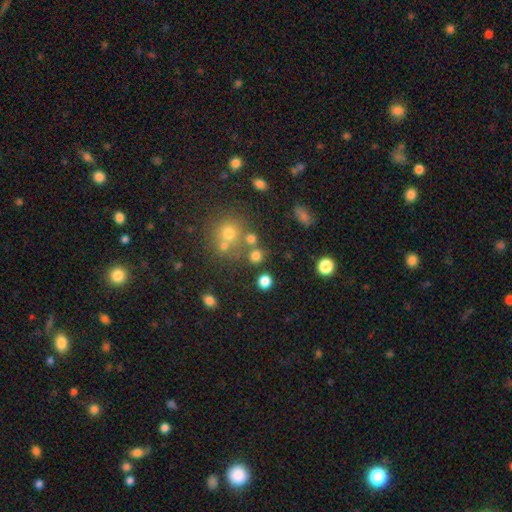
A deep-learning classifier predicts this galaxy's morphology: This appears to be a smooth galaxy with no disk features (73%) that is round (87%). Merging: none (71%).